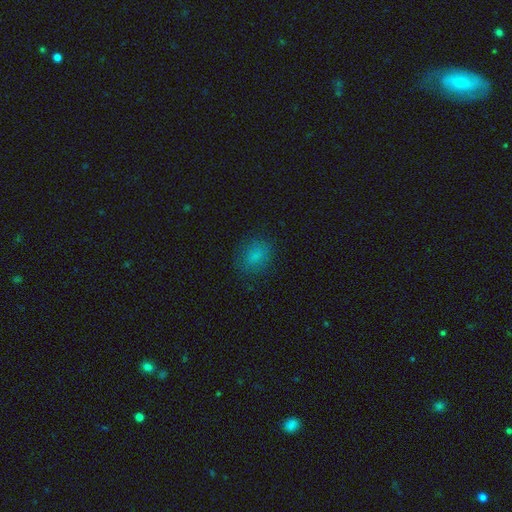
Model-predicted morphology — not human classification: A smooth galaxy with no disk features (79%) that is round (52%). Merging: none (80%).